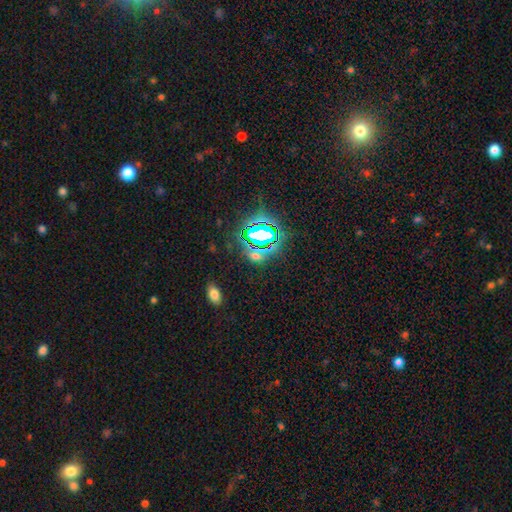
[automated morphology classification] Overall: star or artifact (64%; smooth 26%).